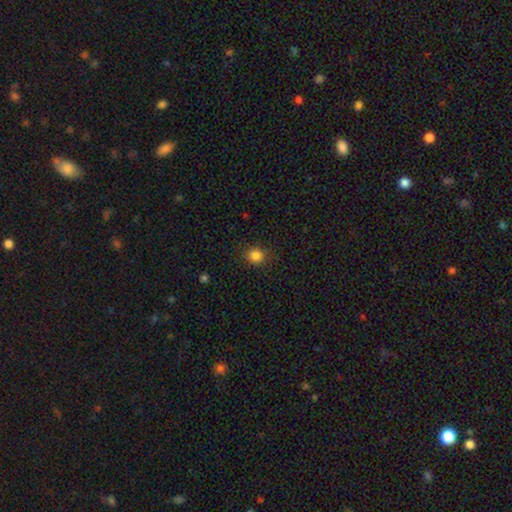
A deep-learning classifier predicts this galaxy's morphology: smooth-or-featured: smooth: 84% | star or artifact: 12% | featured or disk: 4%
  how-rounded: round: 84% | in between: 15% | cigar-shaped: 1%
  merging: none: 88% | minor disturbance: 9% | major disturbance: 3% | merger: 1%